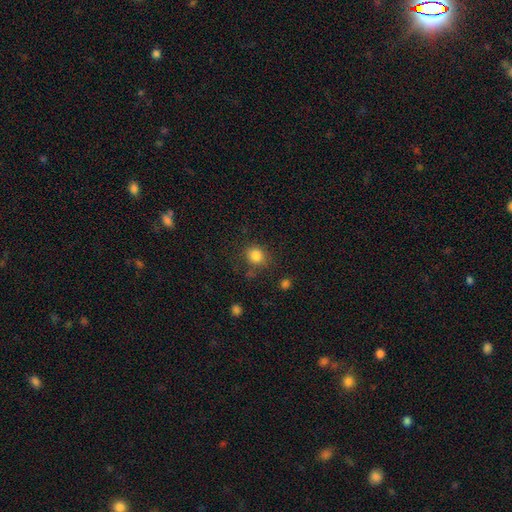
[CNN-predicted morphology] This is clearly a smooth galaxy (83%). How rounded: likely round (75%). Merging: likely none (77%).